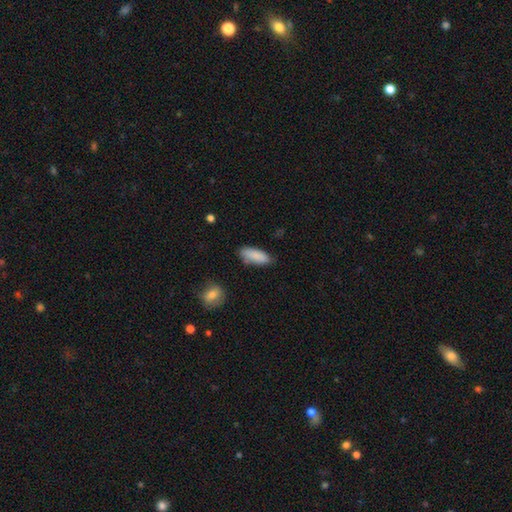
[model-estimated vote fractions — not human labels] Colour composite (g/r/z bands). It shows a smooth galaxy with no disk features (88%) that is in between round and cigar-shaped (78%). Merging: none (74%).